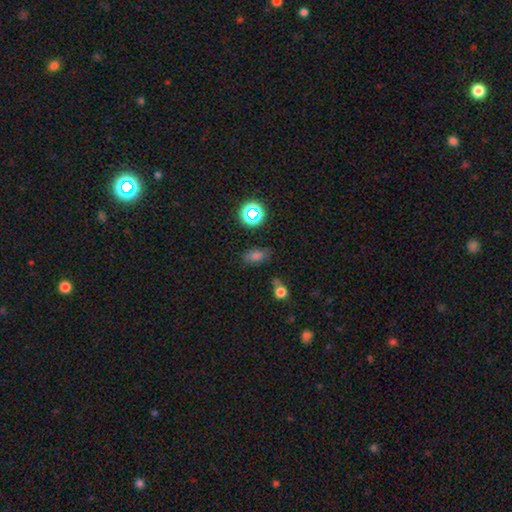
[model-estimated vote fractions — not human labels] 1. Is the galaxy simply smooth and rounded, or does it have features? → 72% smooth, 21% star or artifact, 8% featured or disk.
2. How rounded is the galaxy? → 81% in between, 14% round, 5% cigar-shaped.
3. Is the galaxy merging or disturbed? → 75% none, 16% minor disturbance, 5% major disturbance, 4% merger.